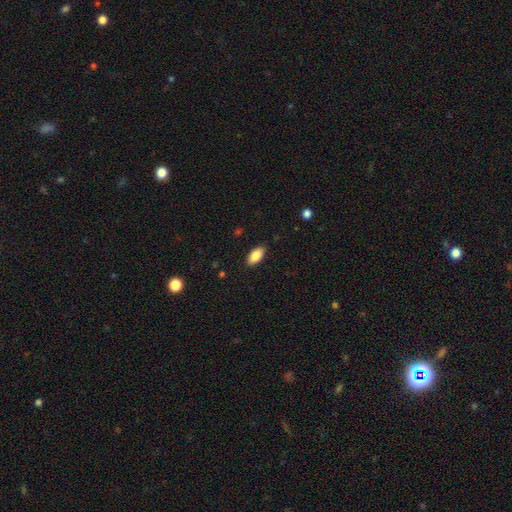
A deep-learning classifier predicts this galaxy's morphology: This appears to be a smooth galaxy with no disk features (85%) that is in between round and cigar-shaped (91%). Merging: none (88%).